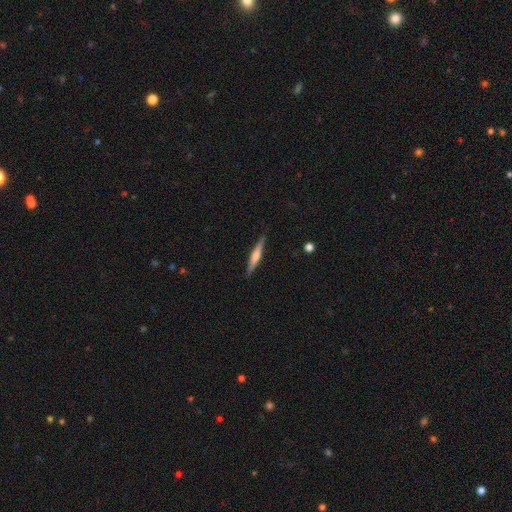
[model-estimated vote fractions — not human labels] smooth-or-featured: featured or disk: 61% | smooth: 33% | star or artifact: 5%
  disk-edge-on: yes: 97% | no: 3%
    edge-on-bulge: rounded: 70% | boxy: 17% | none: 13%
  merging: none: 89% | minor disturbance: 8% | major disturbance: 2% | merger: 1%